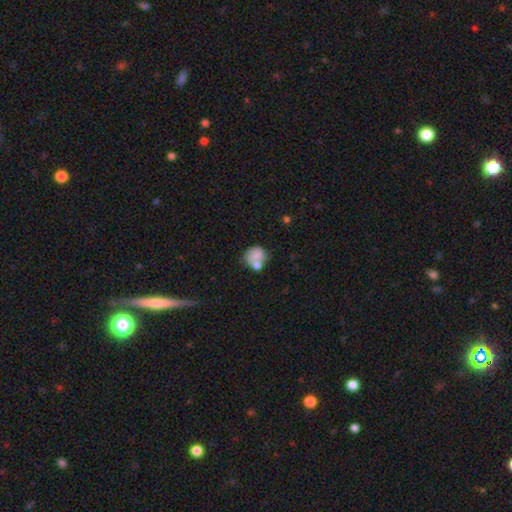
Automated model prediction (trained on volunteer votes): The model was most divided on "merging": none: 38%, merger: 32%, minor disturbance: 20%, major disturbance: 10%. More confident: smooth or featured — smooth (72%); how rounded — round (67%).